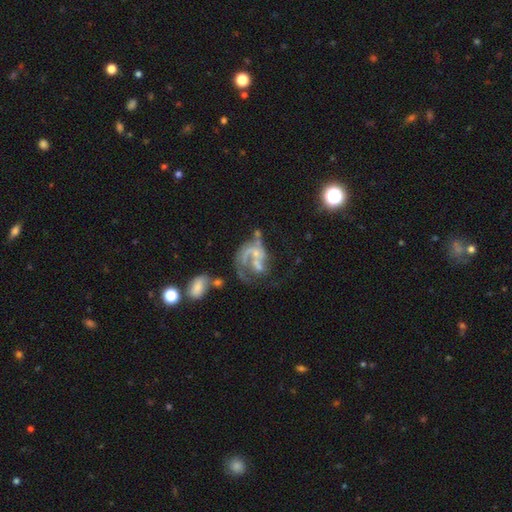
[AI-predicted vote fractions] Smooth or featured? Predicted: featured or disk (p=0.76). Edge-on disk? Predicted: no (p=0.98). Bar? Predicted: no (p=0.72). Spiral arms? Predicted: yes (p=0.73). Spiral winding? Predicted: loose (p=0.45). Spiral arm count? Predicted: 1 (p=0.59). Bulge size? Predicted: small (p=0.44). Merging? Predicted: major disturbance (p=0.41).